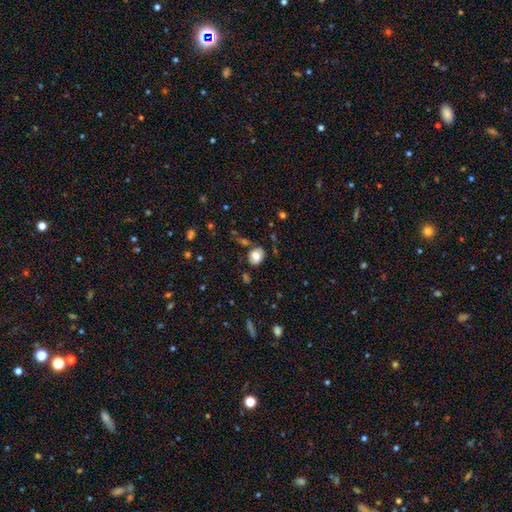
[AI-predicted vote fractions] Smooth or featured: smooth — 76% (featured or disk — 15%)
How rounded: in between — 57% (round — 42%)
Merging: none — 73% (minor disturbance — 16%)